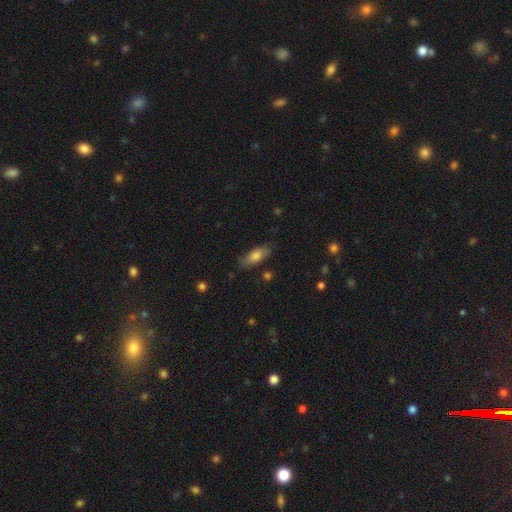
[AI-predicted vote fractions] The model was most divided on "how rounded": in between: 75%, cigar-shaped: 22%, round: 3%. More confident: merging — none (77%); smooth or featured — smooth (74%).